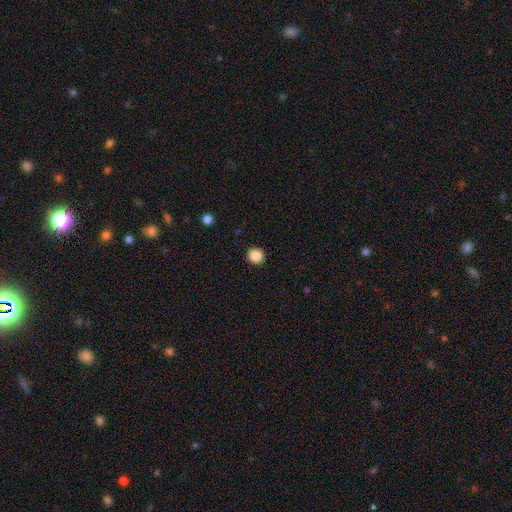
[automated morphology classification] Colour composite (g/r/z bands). It shows a smooth galaxy with no disk features (87%) that is round (90%). Merging: none (92%).